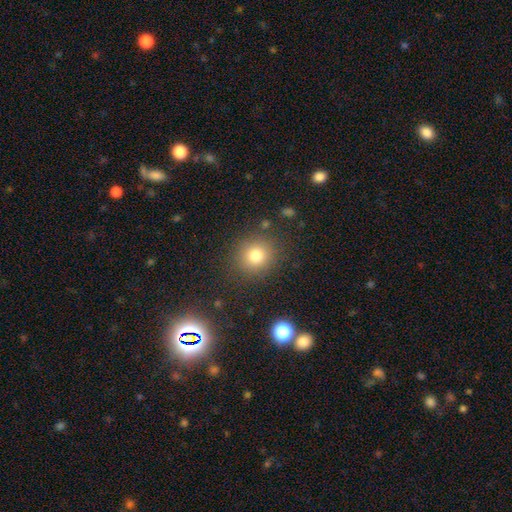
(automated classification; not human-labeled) A smooth galaxy with no disk features (78%) that is round (87%). Merging: none (85%).